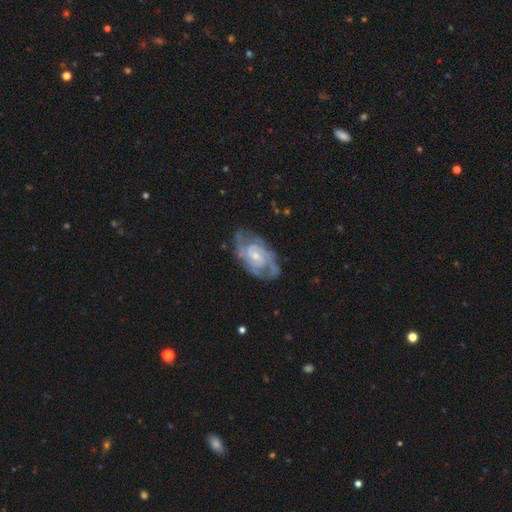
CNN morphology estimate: This appears to be a featured or disk galaxy (85%) with no bar (50%), 2 (45%) tight (55%) spiral arms (94%) and a small central bulge (59%). Merging: none (67%).